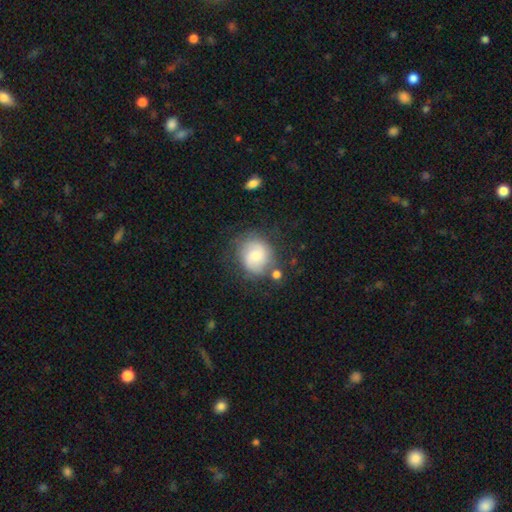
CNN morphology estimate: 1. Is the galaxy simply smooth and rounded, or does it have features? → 57% smooth, 35% featured or disk, 8% star or artifact.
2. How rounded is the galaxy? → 74% round, 25% in between, 1% cigar-shaped.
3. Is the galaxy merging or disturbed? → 61% none, 21% minor disturbance, 11% major disturbance, 7% merger.